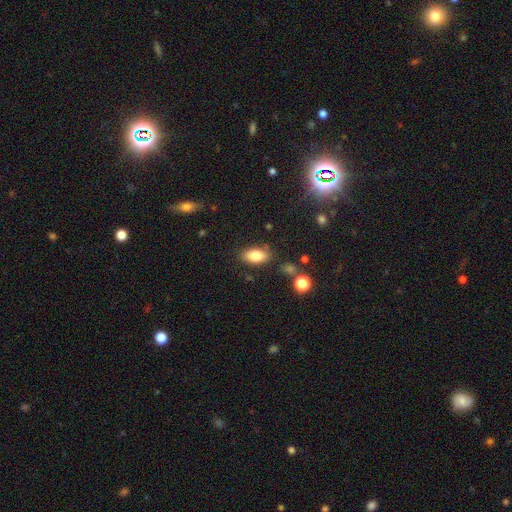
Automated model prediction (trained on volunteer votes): Overall: smooth (80%). How rounded: in between (89%). Merging: none (81%).